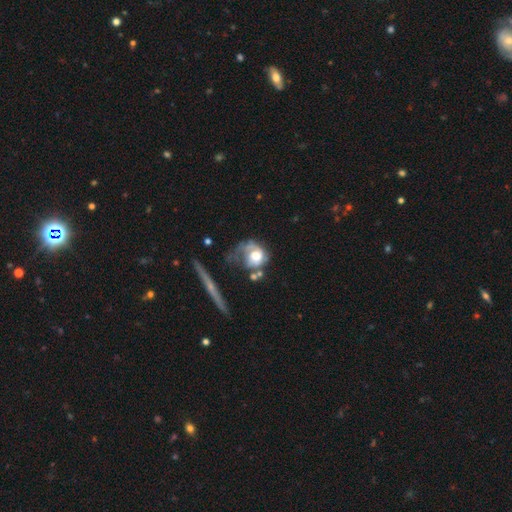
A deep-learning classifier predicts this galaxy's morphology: smooth-or-featured: featured or disk: 57% | smooth: 35% | star or artifact: 8%
  disk-edge-on: no: 93% | yes: 7%
    bar: no: 79% | weak: 16% | strong: 5%
    has-spiral-arms: yes: 61% | no: 39%
    bulge-size: large: 44% | moderate: 43% | dominant: 6% | small: 5% | none: 2%
  merging: major disturbance: 36% | none: 26% | minor disturbance: 21% | merger: 16%